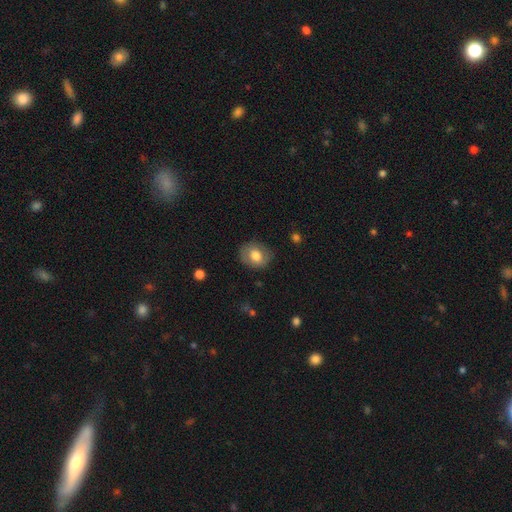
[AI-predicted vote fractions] Morphology: type=smooth (71%); roundness=round (56%); merging=none (79%).